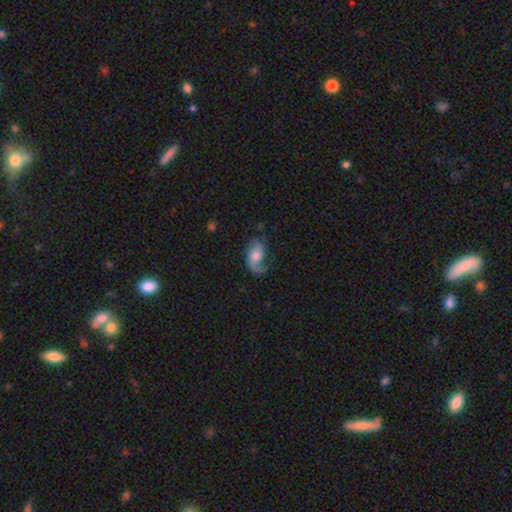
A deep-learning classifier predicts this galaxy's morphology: This appears to be a featured or disk galaxy (73%) with no bar (60%), 2 (76%) loose (59%) spiral arms (94%) and a moderate central bulge (45%). Merging: none (60%).